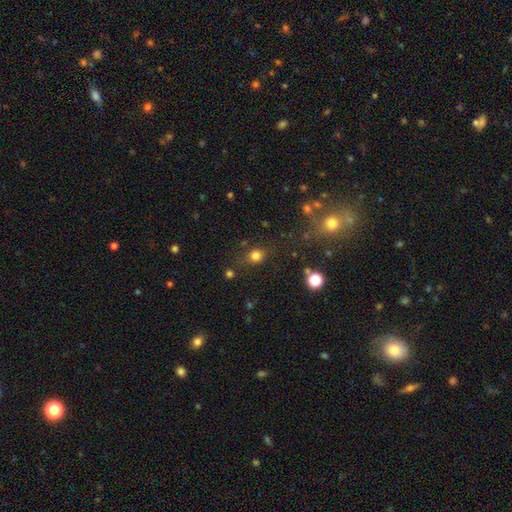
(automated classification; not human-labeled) smooth-or-featured: smooth: 79% | star or artifact: 16% | featured or disk: 5%
  how-rounded: round: 77% | in between: 22% | cigar-shaped: 1%
  merging: none: 80% | minor disturbance: 11% | major disturbance: 5% | merger: 4%